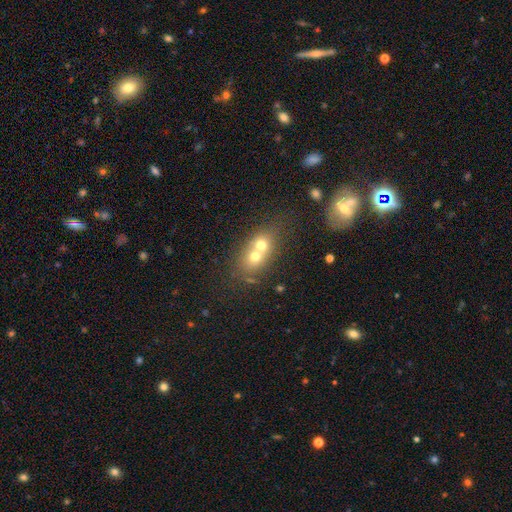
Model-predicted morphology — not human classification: smooth_or_featured: smooth (p=0.61) [alt: featured or disk p=0.26]
how_rounded: round (p=0.51) [alt: in between p=0.47]
merging: merger (p=0.70) [alt: none p=0.21]